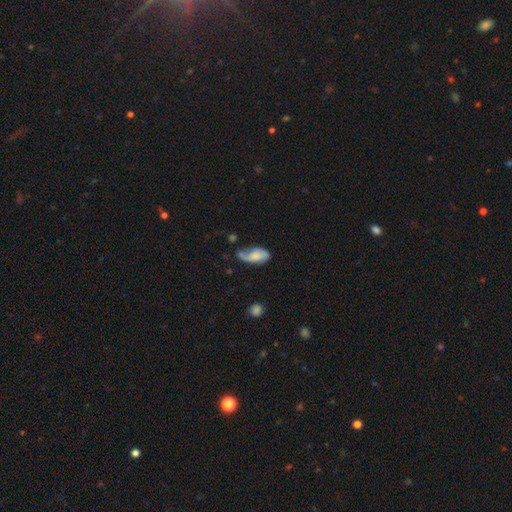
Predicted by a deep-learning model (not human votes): smooth 49%, featured or disk 44%, star or artifact 8%. Down the decision tree: merging — none (41%).